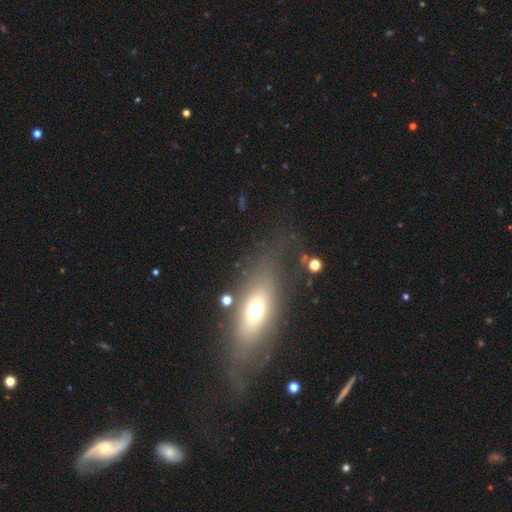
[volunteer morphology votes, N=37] featured or disk 57%, smooth 41%, star or artifact 3%. Down the decision tree: edge-on disk — no (52%); bar — weak (45%, tied with no); spiral arms — no (55%); bulge size — moderate (45%, tied with small); merging — none (75%).